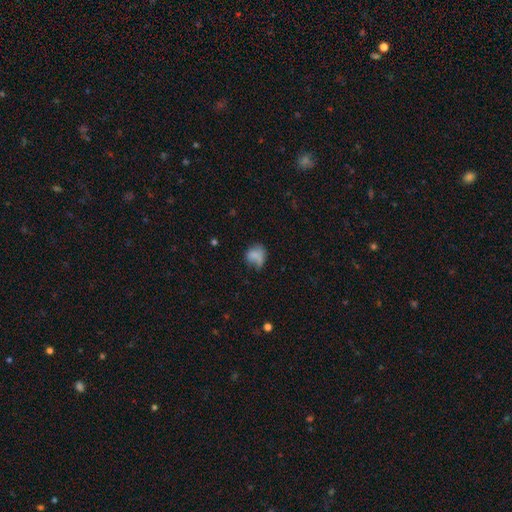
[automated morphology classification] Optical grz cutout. It shows a smooth galaxy with no disk features (72%) that is round (54%). Merging: none (39%).